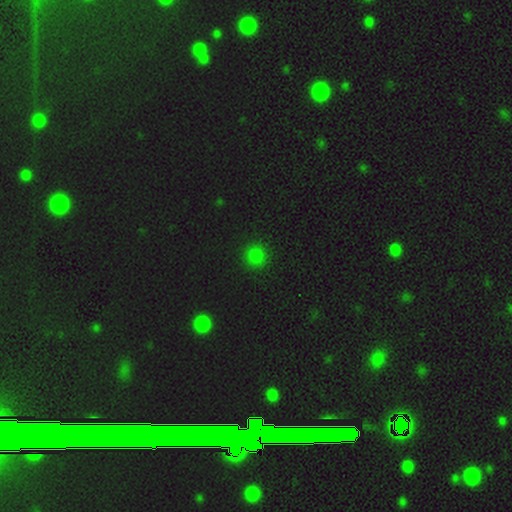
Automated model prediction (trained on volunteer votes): A smooth galaxy with no disk features (80%) that is round (92%).

Vote fractions:
- Smooth or featured? smooth: 80% / star or artifact: 17% / featured or disk: 3%
- How rounded? round: 92% / in between: 7% / cigar-shaped: 1%
- Merging? none: 91% / minor disturbance: 6% / major disturbance: 2% / merger: 1%